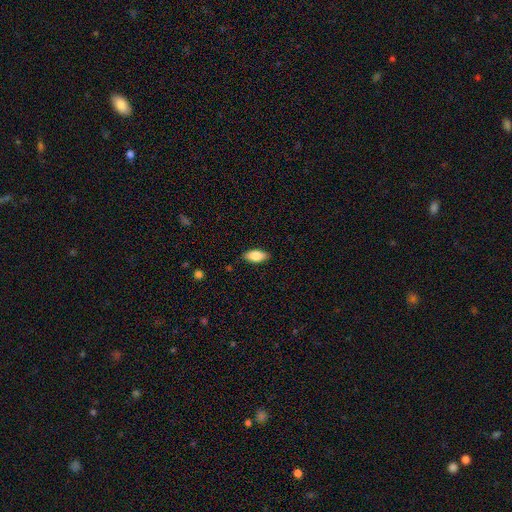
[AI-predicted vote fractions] Smooth or featured?
  - smooth: 83% *
  - featured or disk: 10%
  - star or artifact: 6%
How rounded?
  - in between: 89% *
  - cigar-shaped: 9%
  - round: 2%
Merging?
  - none: 86% *
  - minor disturbance: 10%
  - major disturbance: 2%
  - merger: 1%